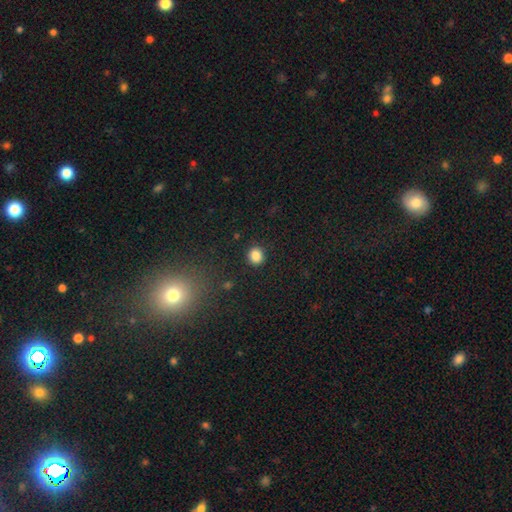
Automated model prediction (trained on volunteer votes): This appears to be a smooth galaxy with no disk features (85%) that is round (85%). Merging: none (90%).